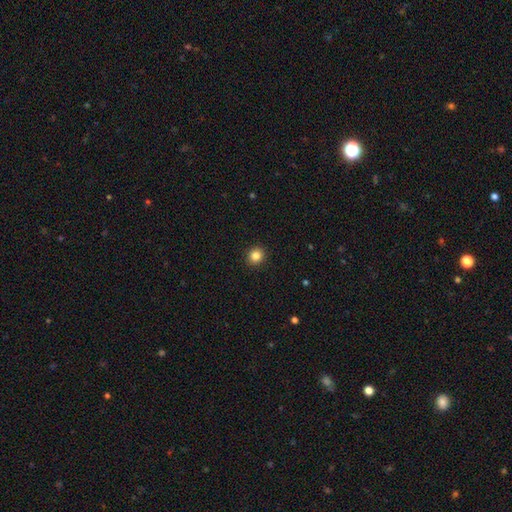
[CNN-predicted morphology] smooth-or-featured: smooth: 84% | star or artifact: 11% | featured or disk: 5%
  how-rounded: round: 85% | in between: 15% | cigar-shaped: 1%
  merging: none: 92% | minor disturbance: 5% | major disturbance: 2% | merger: 1%